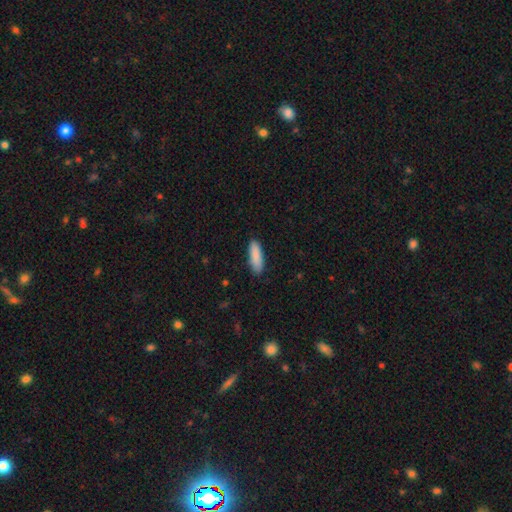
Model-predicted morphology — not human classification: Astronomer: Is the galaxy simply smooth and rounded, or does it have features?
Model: smooth — 89%.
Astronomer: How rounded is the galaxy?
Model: in between — 51% (runner-up: cigar-shaped, 48%).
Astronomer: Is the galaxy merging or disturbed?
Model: none — 86%.